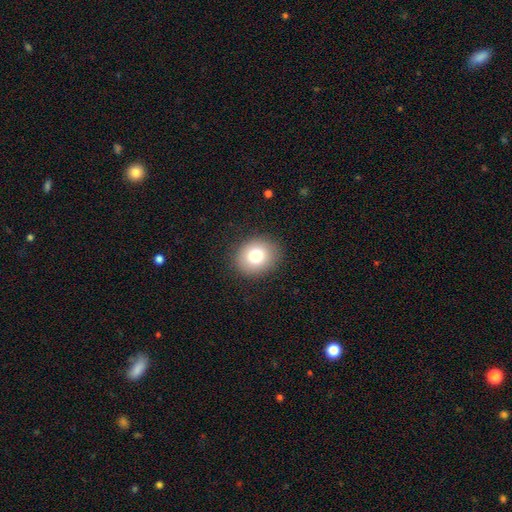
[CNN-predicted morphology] A smooth galaxy with no disk features (79%) that is round (66%). Merging: none (89%).